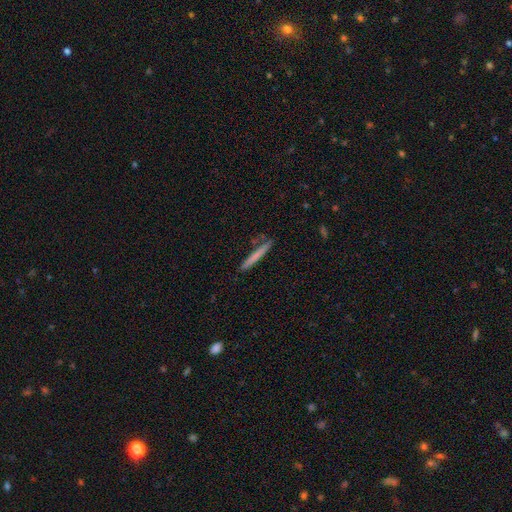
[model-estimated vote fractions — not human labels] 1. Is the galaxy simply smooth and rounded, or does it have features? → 69% smooth, 25% featured or disk, 6% star or artifact.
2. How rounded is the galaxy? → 97% cigar-shaped, 2% in between, 1% round.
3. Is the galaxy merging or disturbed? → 87% none, 9% minor disturbance, 2% merger, 2% major disturbance.